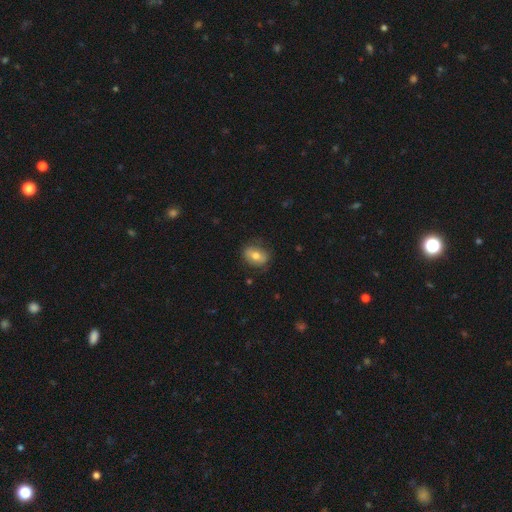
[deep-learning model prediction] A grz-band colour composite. It shows a smooth galaxy with no disk features (65%) that is in between round and cigar-shaped (71%). Merging: none (76%).